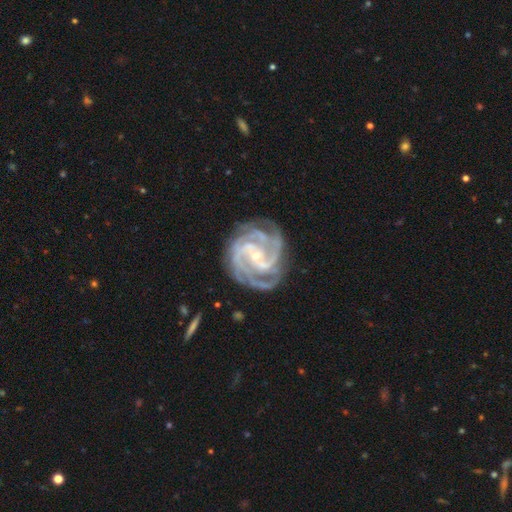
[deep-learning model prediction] A featured or disk galaxy (92%) with no bar (44%), 3 (34%) tight (65%) spiral arms (98%) and a small central bulge (77%).

Vote fractions:
- Smooth or featured? featured or disk: 92% / star or artifact: 5% / smooth: 3%
- Edge-on disk? no: 98% / yes: 2%
- Bar? no: 44% / weak: 35% / strong: 21%
- Spiral arms? yes: 98% / no: 2%
- Spiral winding? tight: 65% / medium: 31% / loose: 4%
- Spiral arm count? 3: 34% / 4: 25% / 2: 16% / can't tell: 12% / more than 4: 7% / 1: 6%
- Bulge size? small: 77% / moderate: 20% / none: 2% / large: 1% / dominant: 1%
- Merging? none: 74% / minor disturbance: 17% / major disturbance: 7% / merger: 2%